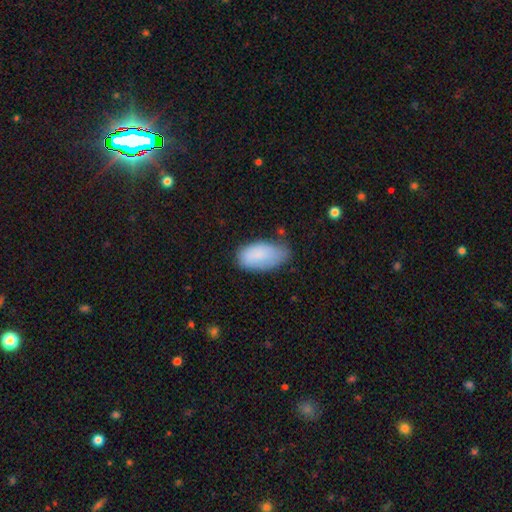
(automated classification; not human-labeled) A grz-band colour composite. It shows a smooth galaxy with no disk features (86%) that is in between round and cigar-shaped (95%). Merging: none (53%).